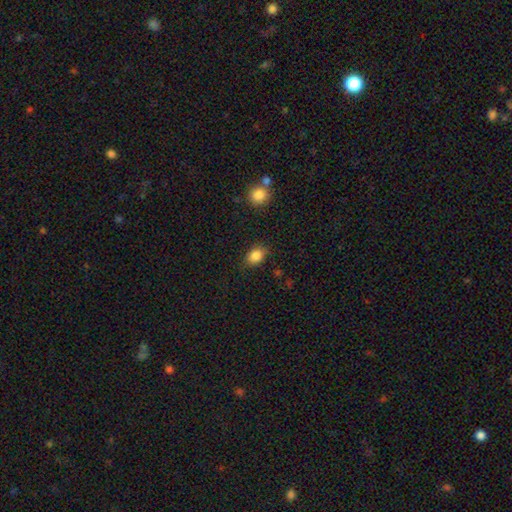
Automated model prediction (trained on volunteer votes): Smooth or featured: smooth — 86% (star or artifact — 9%)
How rounded: in between — 68% (round — 31%)
Merging: none — 80% (minor disturbance — 15%)